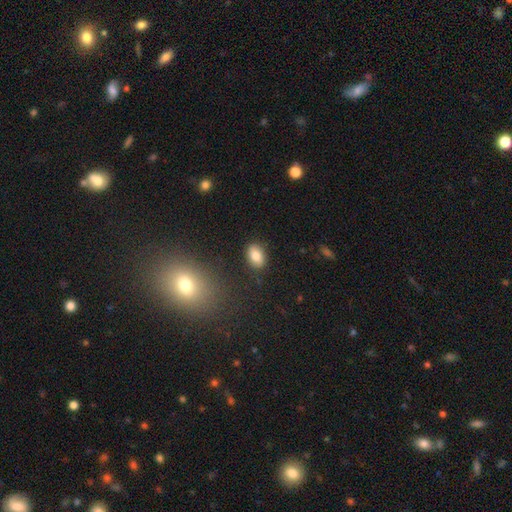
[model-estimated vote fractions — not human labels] Overall: smooth (82%). How rounded: in between (87%). Merging: none (86%).